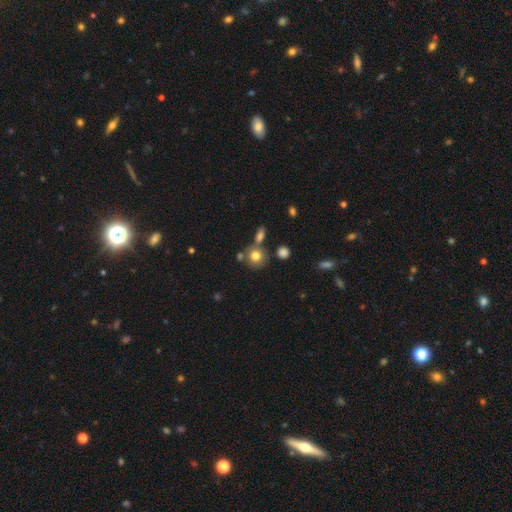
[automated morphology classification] The model was most divided on "merging": none: 64%, merger: 20%, minor disturbance: 12%, major disturbance: 4%. More confident: how rounded — round (83%); smooth or featured — smooth (77%).